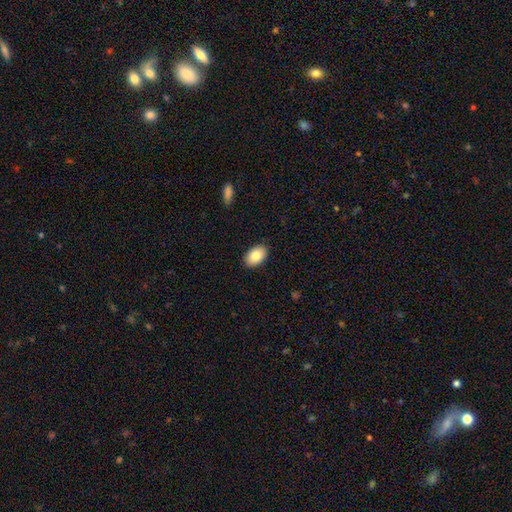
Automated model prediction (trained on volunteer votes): Smooth or featured? smooth (83%)
How rounded? in between (91%)
Merging? none (89%)